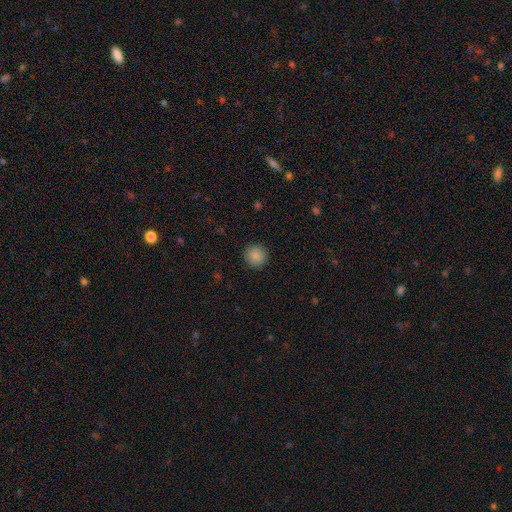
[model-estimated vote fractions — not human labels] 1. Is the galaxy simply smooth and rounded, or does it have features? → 88% smooth, 9% star or artifact, 3% featured or disk.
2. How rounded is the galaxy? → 94% round, 5% in between, 1% cigar-shaped.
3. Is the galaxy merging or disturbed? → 91% none, 6% minor disturbance, 2% major disturbance, 1% merger.